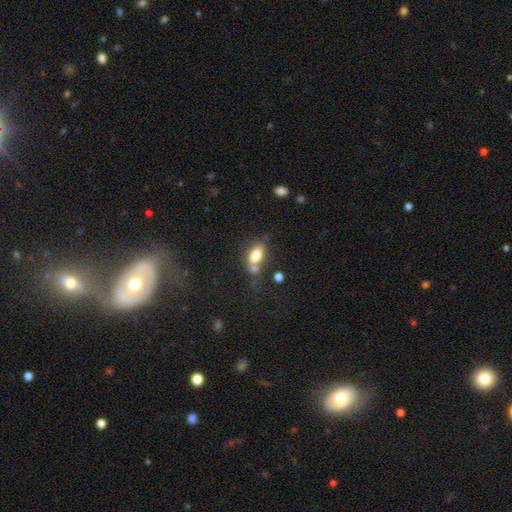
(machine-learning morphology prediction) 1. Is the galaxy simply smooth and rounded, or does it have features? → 75% smooth, 15% featured or disk, 9% star or artifact.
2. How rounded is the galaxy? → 84% in between, 11% round, 5% cigar-shaped.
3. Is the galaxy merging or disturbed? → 39% none, 35% merger, 17% minor disturbance, 9% major disturbance.